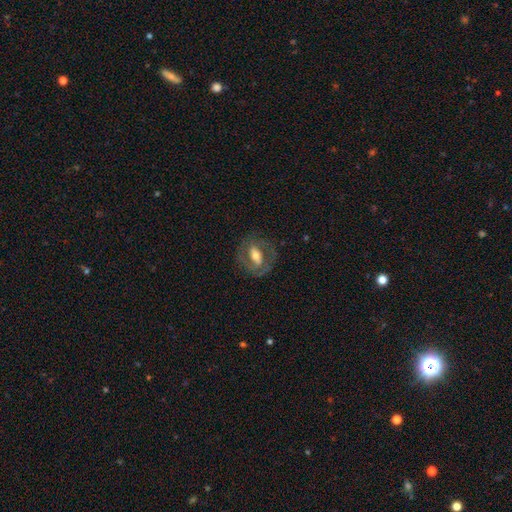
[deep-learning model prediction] A featured or disk galaxy (64%) with a strong bar (38%), spiral arms (55%) and a moderate central bulge (62%). Merging: none (72%).